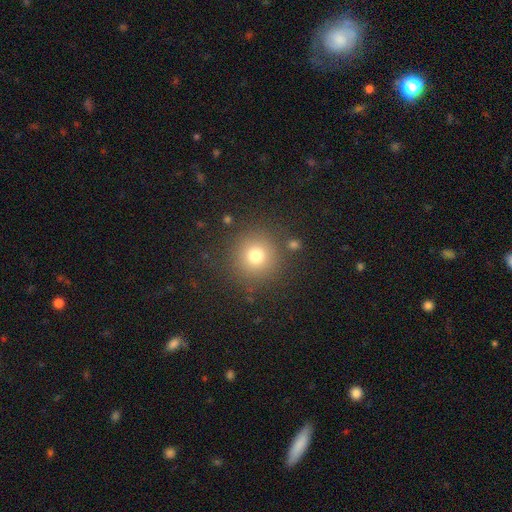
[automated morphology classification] Q: Smooth or featured?
A: smooth (77%); runner-up: star or artifact (15%)
Q: How rounded?
A: round (94%); runner-up: in between (5%)
Q: Merging?
A: none (86%); runner-up: minor disturbance (8%)